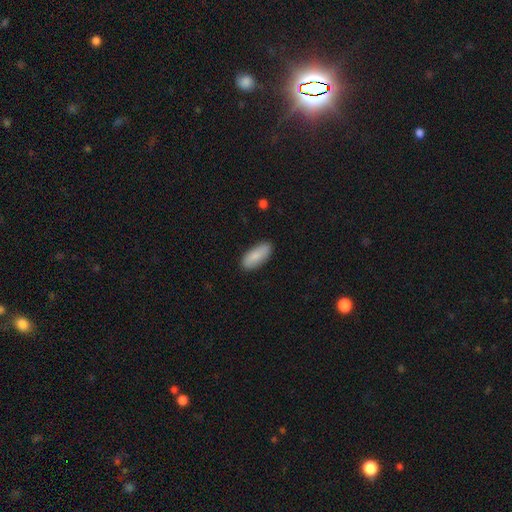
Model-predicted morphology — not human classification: Smooth or featured? Predicted: smooth (p=0.83). How rounded? Predicted: in between (p=0.82). Merging? Predicted: none (p=0.87).